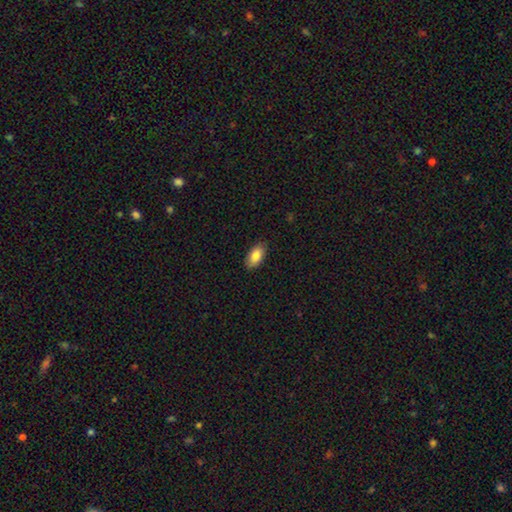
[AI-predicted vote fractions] smooth 85%, featured or disk 8%, star or artifact 6%. Down the decision tree: how rounded — in between (93%); merging — none (86%).